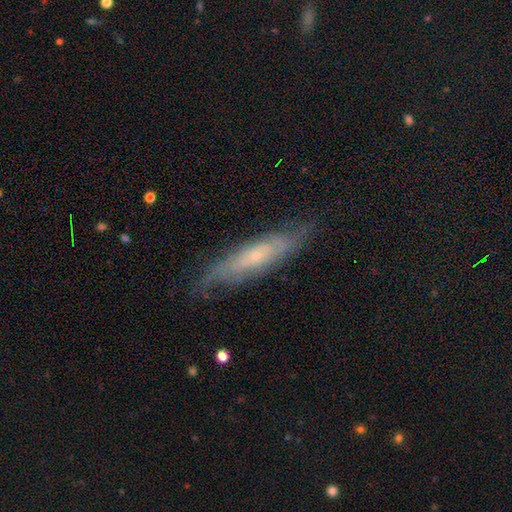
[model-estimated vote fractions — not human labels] Overall: featured or disk (69%). Edge-on disk: no (64%; yes 36%). Merging: none (72%).